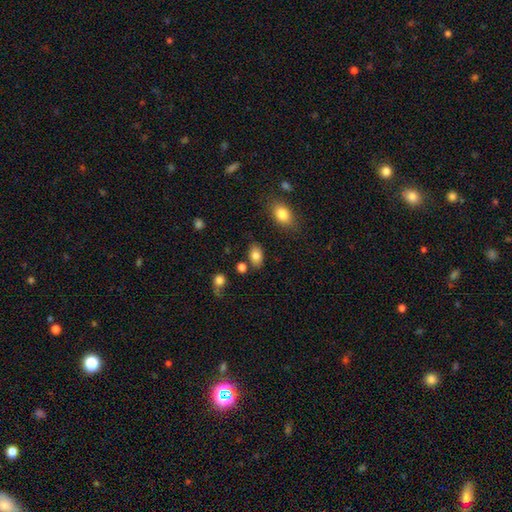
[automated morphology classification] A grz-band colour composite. It shows a smooth galaxy with no disk features (82%) that is in between round and cigar-shaped (86%). Merging: none (78%).